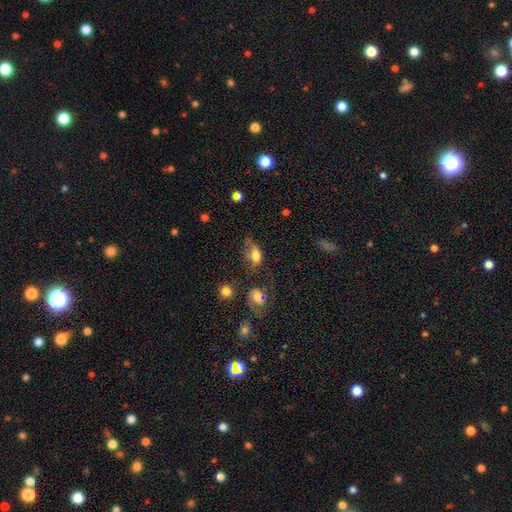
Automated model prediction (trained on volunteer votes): Smooth or featured: smooth — 67% (featured or disk — 23%)
How rounded: in between — 84% (round — 11%)
Merging: major disturbance — 31% (none — 30%)